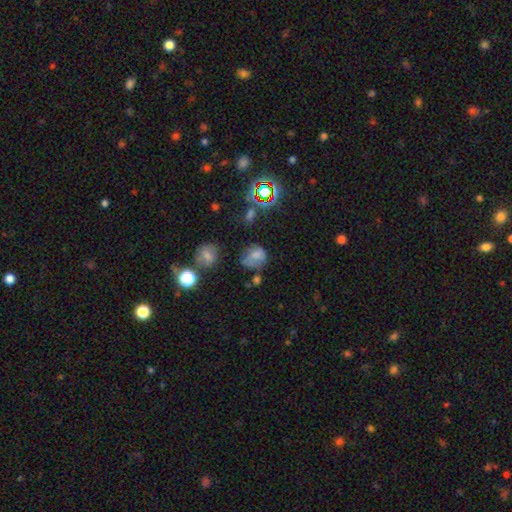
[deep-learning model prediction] smooth-or-featured: smooth: 65% | star or artifact: 20% | featured or disk: 15%
  how-rounded: round: 58% | in between: 40% | cigar-shaped: 1%
  merging: none: 43% | minor disturbance: 30% | major disturbance: 20% | merger: 8%